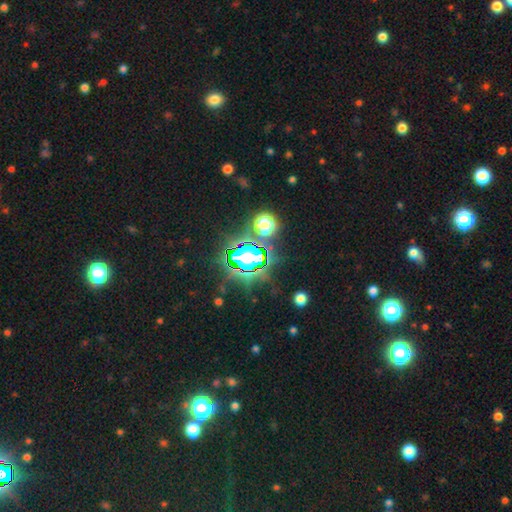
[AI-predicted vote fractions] This is clearly a star or artifact rather than a galaxy (82%).